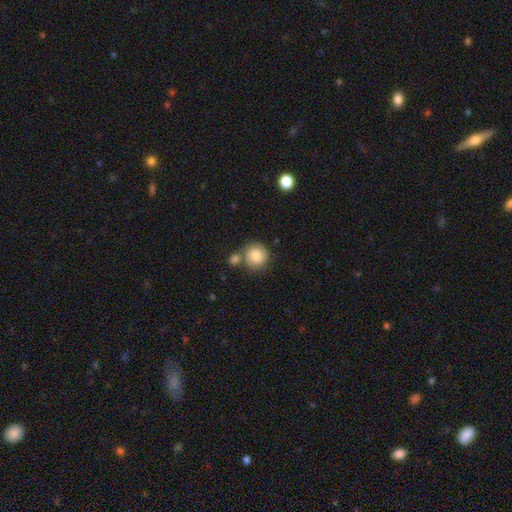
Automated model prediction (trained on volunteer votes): Smooth or featured? smooth (84%)
How rounded? round (90%)
Merging? none (58%)